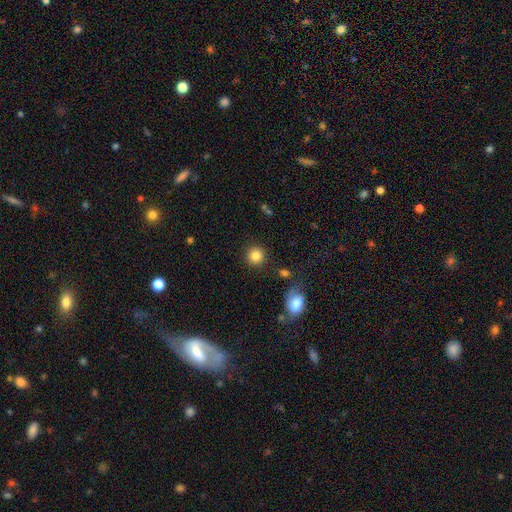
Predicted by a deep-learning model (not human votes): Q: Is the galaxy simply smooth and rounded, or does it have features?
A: smooth — 84%.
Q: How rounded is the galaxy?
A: round — 91%.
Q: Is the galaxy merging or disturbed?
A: none — 88%.